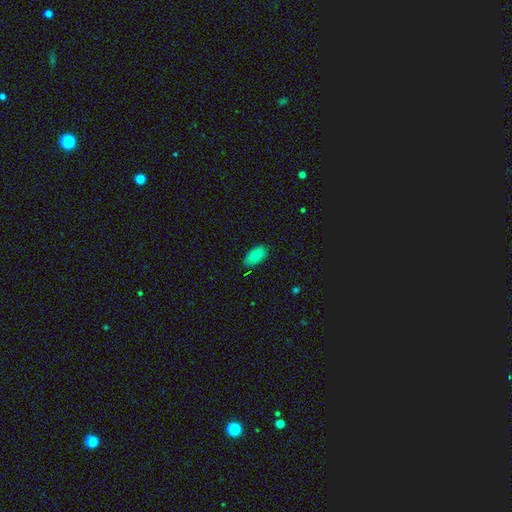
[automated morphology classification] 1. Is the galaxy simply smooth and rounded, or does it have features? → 76% smooth, 16% featured or disk, 8% star or artifact.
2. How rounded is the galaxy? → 92% in between, 6% round, 2% cigar-shaped.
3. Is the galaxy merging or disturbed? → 84% none, 13% minor disturbance, 2% major disturbance, 1% merger.